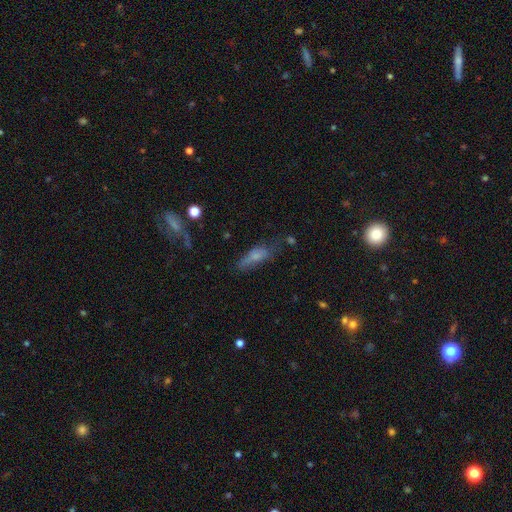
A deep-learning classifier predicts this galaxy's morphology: This appears to be a smooth galaxy with no disk features (61%) that is in between round and cigar-shaped (56%). Merging: none (42%).